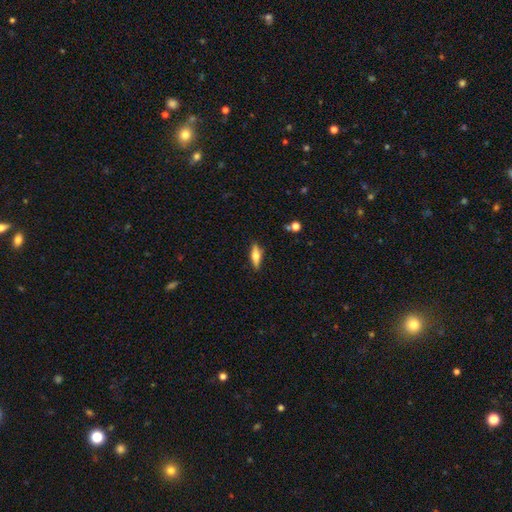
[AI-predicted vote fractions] A smooth galaxy with no disk features (47%). Merging: none (87%).